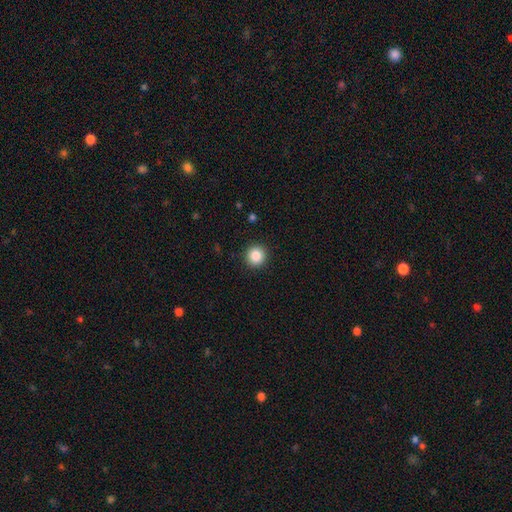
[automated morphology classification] Overall: smooth (86%). How rounded: round (93%). Merging: none (92%).